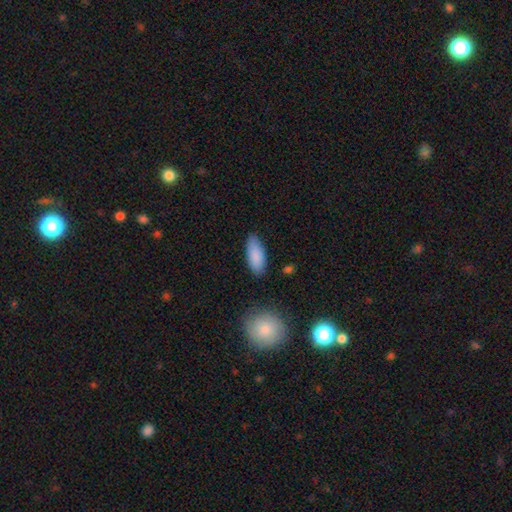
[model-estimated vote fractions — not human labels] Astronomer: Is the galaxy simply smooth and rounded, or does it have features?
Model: smooth — 87%.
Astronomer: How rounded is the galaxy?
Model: in between — 81%.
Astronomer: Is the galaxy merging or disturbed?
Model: none — 80%.